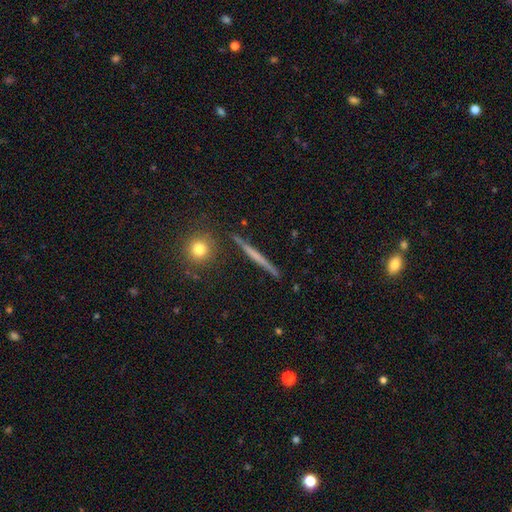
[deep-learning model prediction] Morphology: type=featured or disk (54%); edge-on=yes (97%); edge-on bulge=none (85%); merging=none (90%).